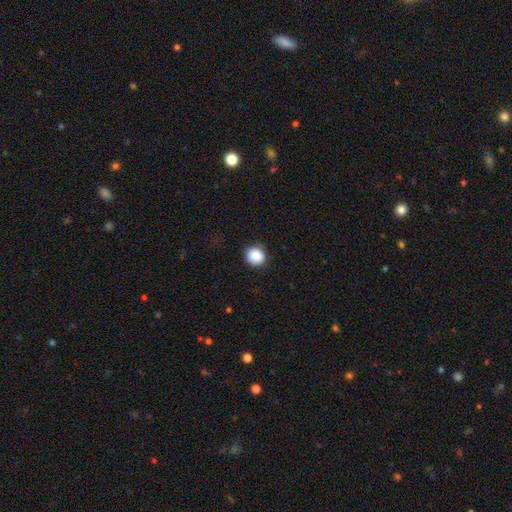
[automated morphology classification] The model was most divided on "smooth or featured": smooth: 88%, star or artifact: 9%, featured or disk: 3%. More confident: how rounded — round (90%); merging — none (88%).